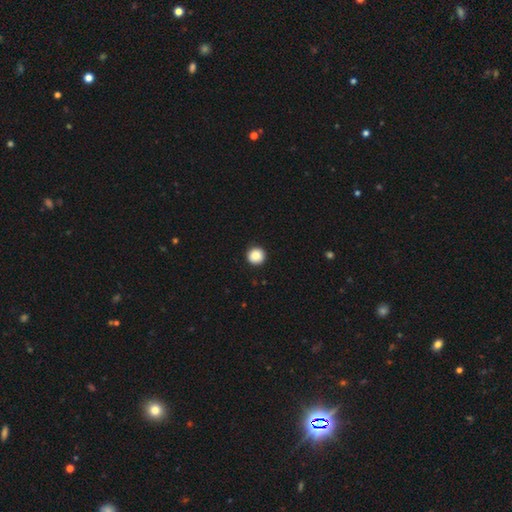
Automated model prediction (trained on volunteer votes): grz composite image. It shows a smooth galaxy with no disk features (87%) that is round (96%). Merging: none (93%).